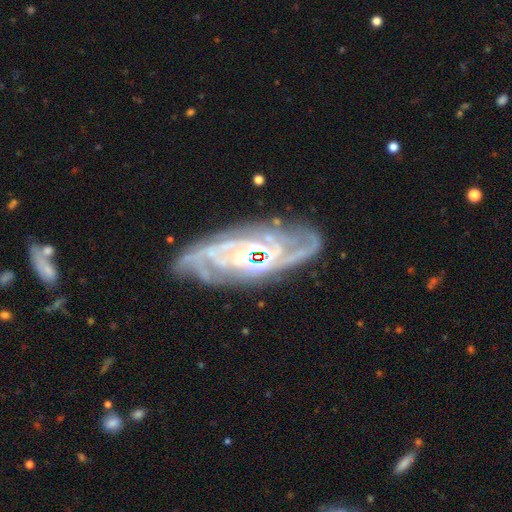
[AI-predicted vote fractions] Q: Smooth or featured?
A: featured or disk (86%); runner-up: star or artifact (7%)
Q: Edge-on disk?
A: no (95%); runner-up: yes (5%)
Q: Bar?
A: no (48%); runner-up: weak (30%)
Q: Spiral arms?
A: yes (94%); runner-up: no (6%)
Q: Spiral winding?
A: tight (48%); runner-up: medium (39%)
Q: Spiral arm count?
A: 2 (39%); runner-up: 3 (19%)
Q: Bulge size?
A: moderate (39%); runner-up: small (38%)
Q: Merging?
A: none (57%); runner-up: minor disturbance (21%)